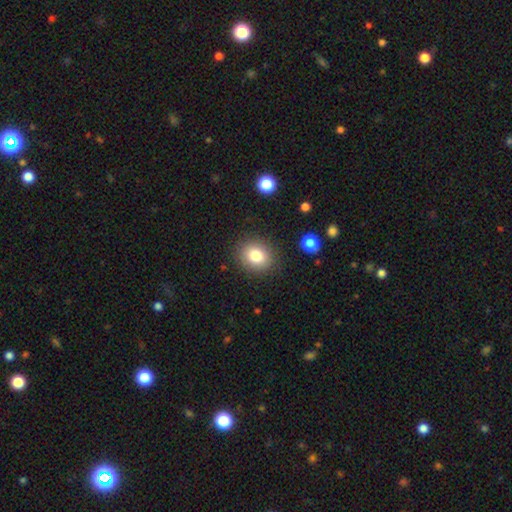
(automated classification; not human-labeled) smooth_or_featured: smooth (p=0.80) [alt: star or artifact p=0.11]
how_rounded: round (p=0.68) [alt: in between p=0.31]
merging: none (p=0.87) [alt: minor disturbance p=0.09]